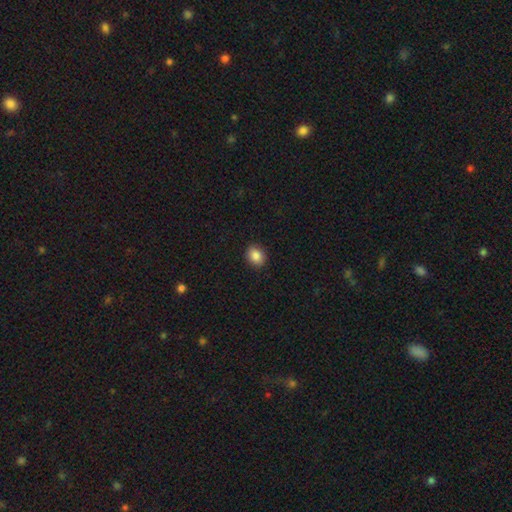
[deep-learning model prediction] smooth 86%, star or artifact 9%, featured or disk 5%. Down the decision tree: how rounded — round (50%); merging — none (91%).